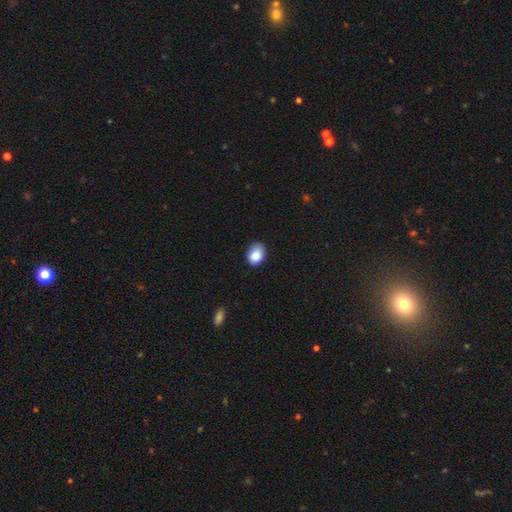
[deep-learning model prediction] Smooth or featured: smooth — 86% (star or artifact — 8%)
How rounded: in between — 73% (round — 26%)
Merging: none — 74% (minor disturbance — 21%)